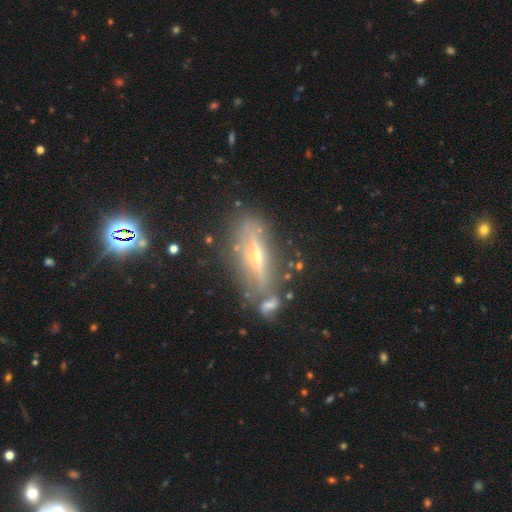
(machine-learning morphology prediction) A featured or disk galaxy (65%) viewed edge-on (65%). Merging: none (58%).